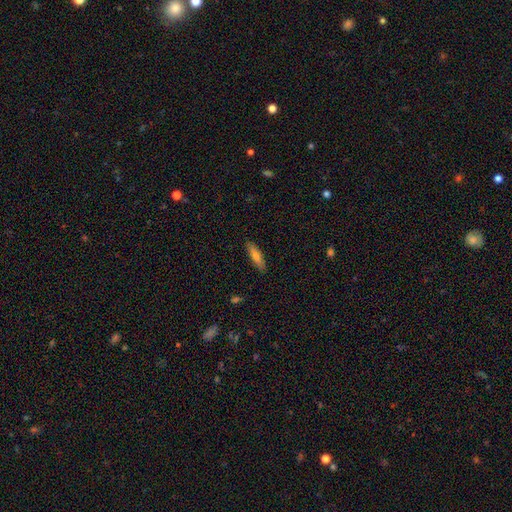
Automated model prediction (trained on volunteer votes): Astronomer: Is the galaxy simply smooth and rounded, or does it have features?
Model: smooth — 64%.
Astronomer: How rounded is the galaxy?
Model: cigar-shaped — 69%.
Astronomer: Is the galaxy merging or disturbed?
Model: none — 88%.